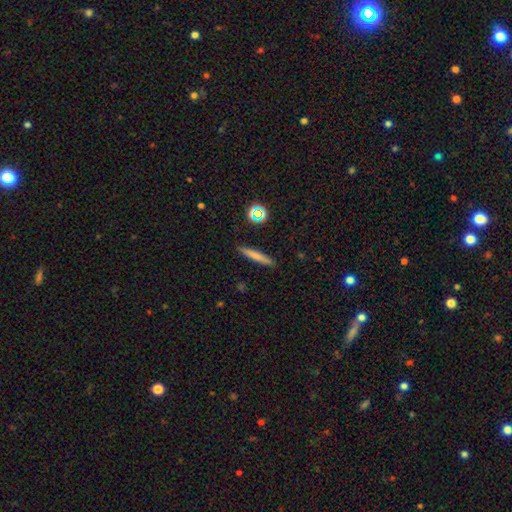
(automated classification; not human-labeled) This appears to be a smooth galaxy with no disk features (72%) that is cigar-shaped (92%). Merging: none (89%).